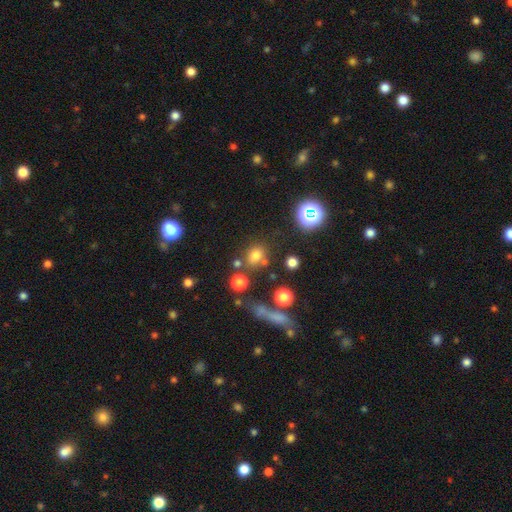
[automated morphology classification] Overall: smooth (71%). How rounded: round (59%; in between 39%). Merging: none (69%).